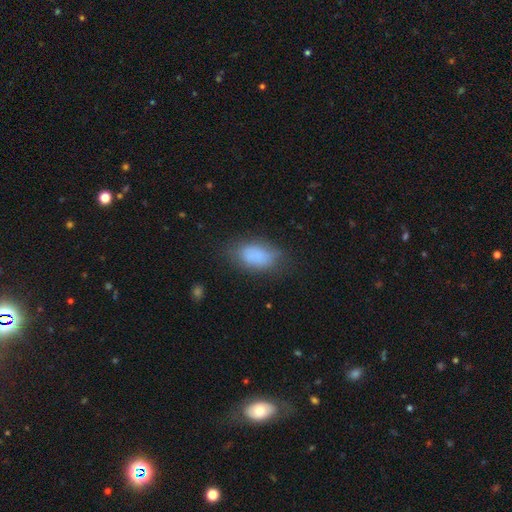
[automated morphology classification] A smooth galaxy with no disk features (80%) that is in between round and cigar-shaped (90%). Merging: none (63%).